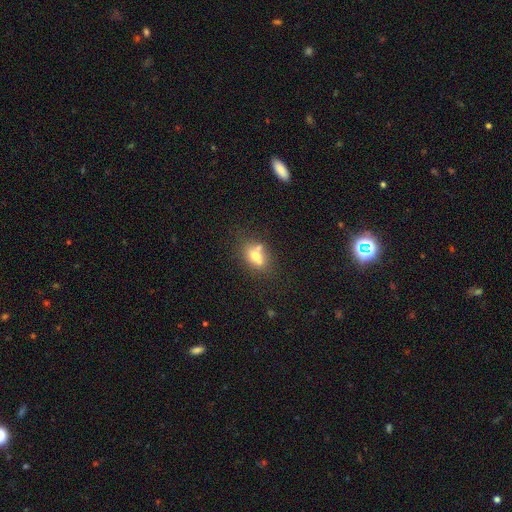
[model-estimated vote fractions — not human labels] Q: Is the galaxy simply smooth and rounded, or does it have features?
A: smooth — 64%.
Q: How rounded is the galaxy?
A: in between — 67%.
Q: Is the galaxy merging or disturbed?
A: none — 51%.